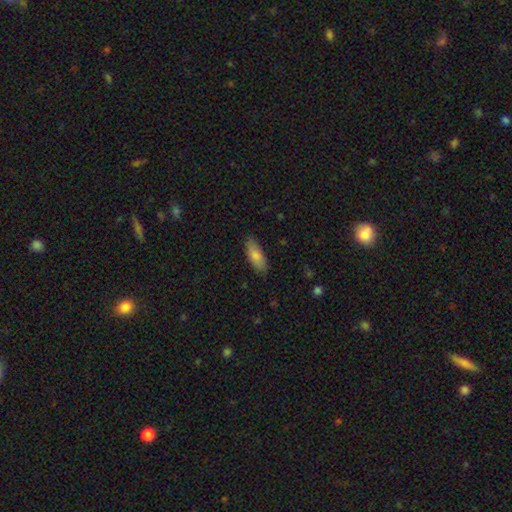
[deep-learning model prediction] The model was most divided on "how rounded": in between: 76%, cigar-shaped: 22%, round: 2%. More confident: merging — none (84%); smooth or featured — smooth (83%).